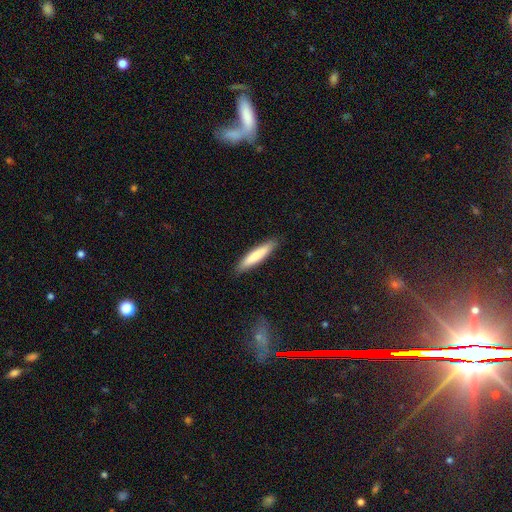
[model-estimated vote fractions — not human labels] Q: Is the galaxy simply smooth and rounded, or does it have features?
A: smooth — 77%.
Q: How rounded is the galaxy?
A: cigar-shaped — 89%.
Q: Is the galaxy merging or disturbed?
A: none — 89%.